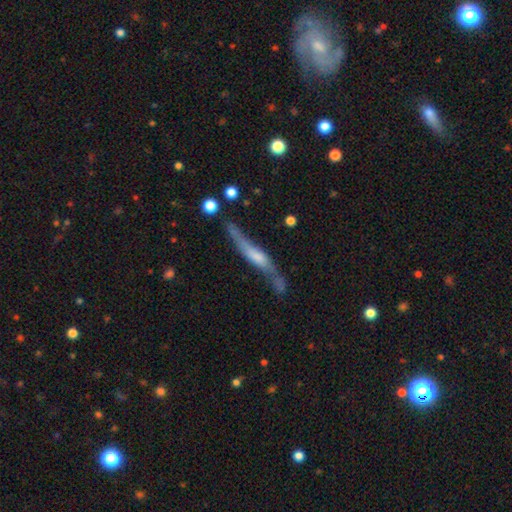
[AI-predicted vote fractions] Overall: featured or disk (66%; smooth 27%). Edge-on disk: yes (80%). Edge-on bulge: rounded (45%; boxy 30%). Merging: none (54%; minor disturbance 26%).